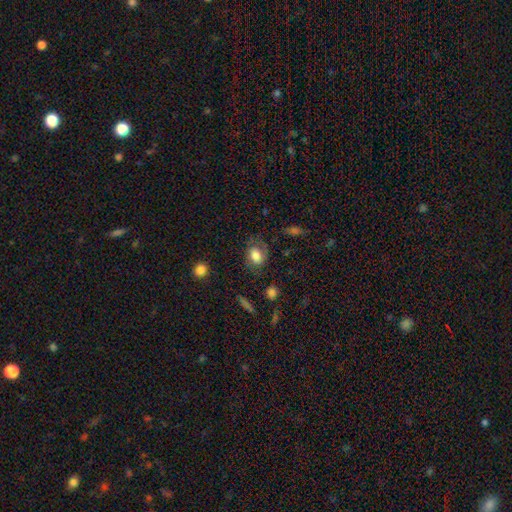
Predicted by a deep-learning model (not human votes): Overall: smooth (67%). How rounded: in between (65%; round 34%). Merging: none (65%).